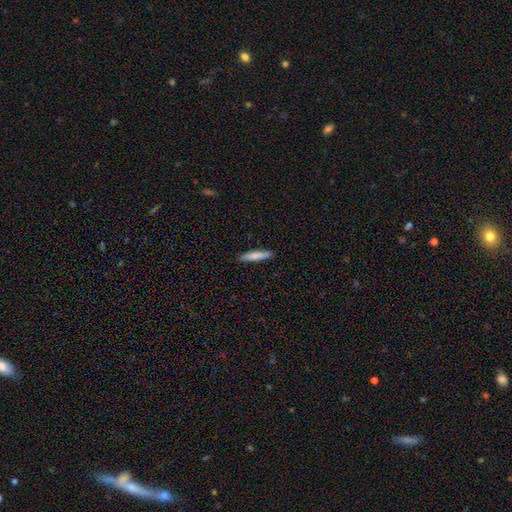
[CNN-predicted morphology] smooth_or_featured: smooth (p=0.79) [alt: featured or disk p=0.15]
how_rounded: cigar-shaped (p=0.88) [alt: in between p=0.11]
merging: none (p=0.89) [alt: minor disturbance p=0.08]